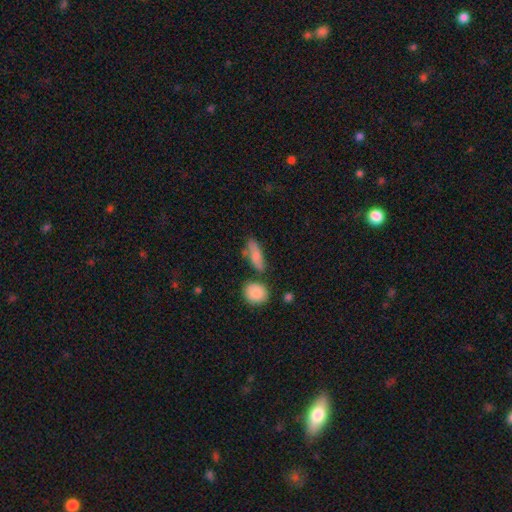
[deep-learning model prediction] Q: Smooth or featured?
A: smooth (74%); runner-up: featured or disk (18%)
Q: How rounded?
A: in between (64%); runner-up: cigar-shaped (30%)
Q: Merging?
A: none (55%); runner-up: minor disturbance (24%)